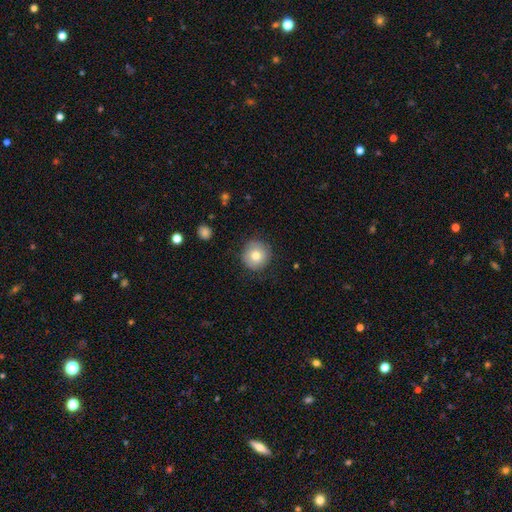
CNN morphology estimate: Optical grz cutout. It shows a smooth galaxy with no disk features (77%) that is round (94%). Merging: none (84%).